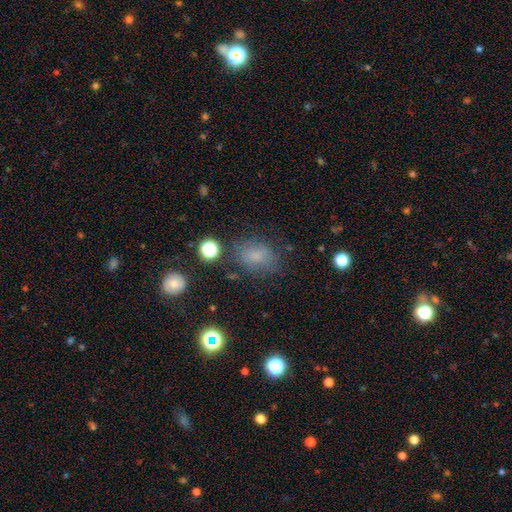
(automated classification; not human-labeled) Smooth or featured: smooth — 71% (star or artifact — 16%)
How rounded: in between — 69% (round — 29%)
Merging: none — 71% (minor disturbance — 18%)